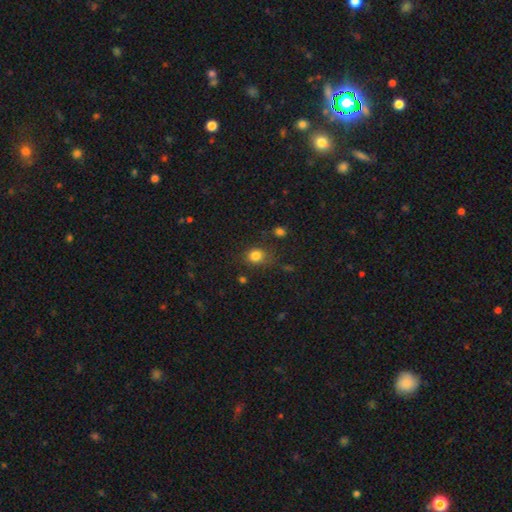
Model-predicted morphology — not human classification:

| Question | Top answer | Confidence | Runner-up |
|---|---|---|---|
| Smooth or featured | smooth | 82% | star or artifact (12%) |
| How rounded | round | 69% | in between (30%) |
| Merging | none | 72% | minor disturbance (17%) |